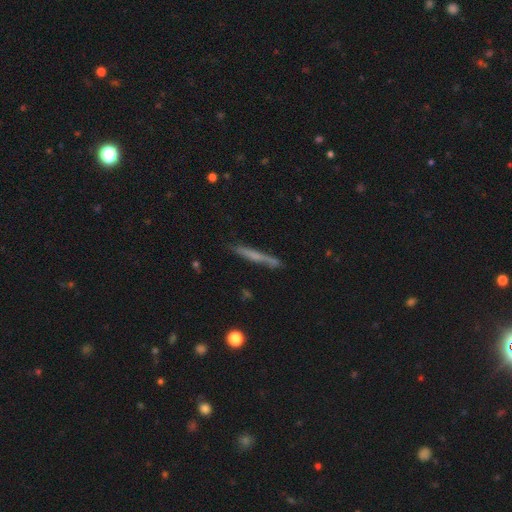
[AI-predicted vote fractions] Morphology: type=smooth (47%); merging=none (83%).